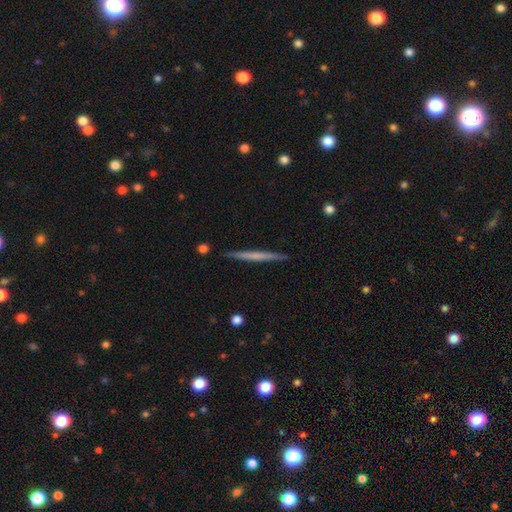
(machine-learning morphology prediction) A smooth galaxy with no disk features (48%).

Vote fractions:
- Smooth or featured? smooth: 48% / featured or disk: 47% / star or artifact: 5%
- Merging? none: 91% / minor disturbance: 6% / major disturbance: 1% / merger: 1%